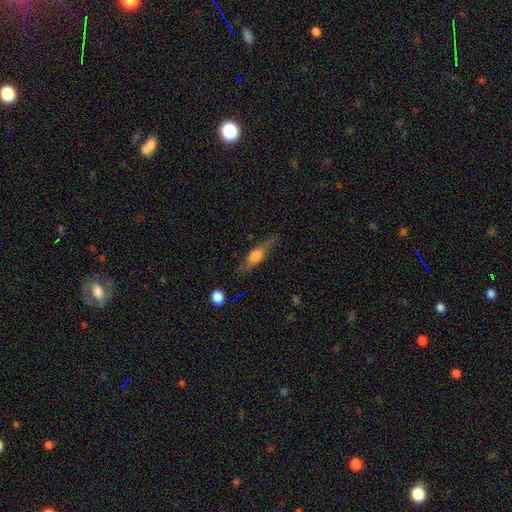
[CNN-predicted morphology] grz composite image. It shows a smooth galaxy with no disk features (48%). Merging: none (74%).